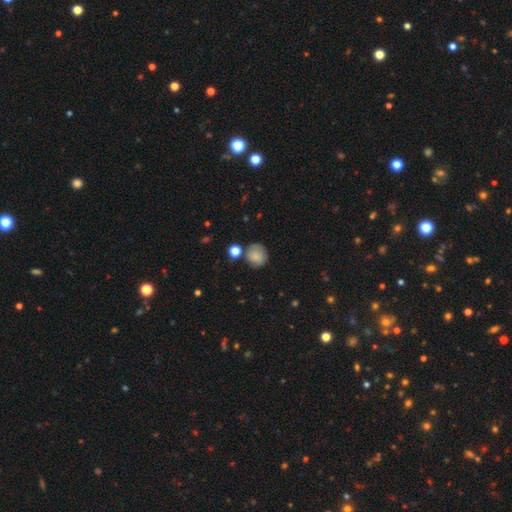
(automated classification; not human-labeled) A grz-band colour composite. It shows a smooth galaxy with no disk features (82%) that is round (87%). Merging: none (73%).